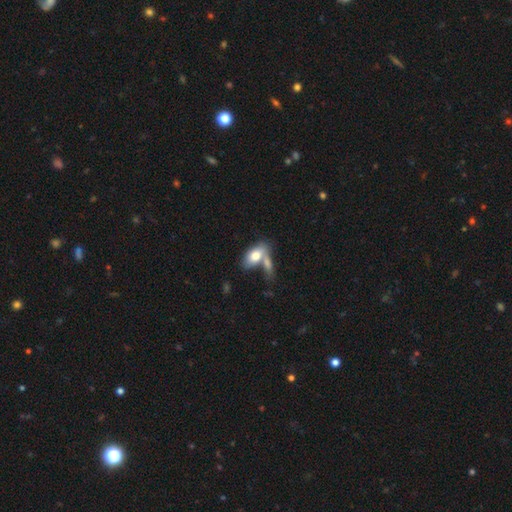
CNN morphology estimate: Smooth or featured? Predicted: smooth (p=0.74). How rounded? Predicted: in between (p=0.90). Merging? Predicted: merger (p=0.45).